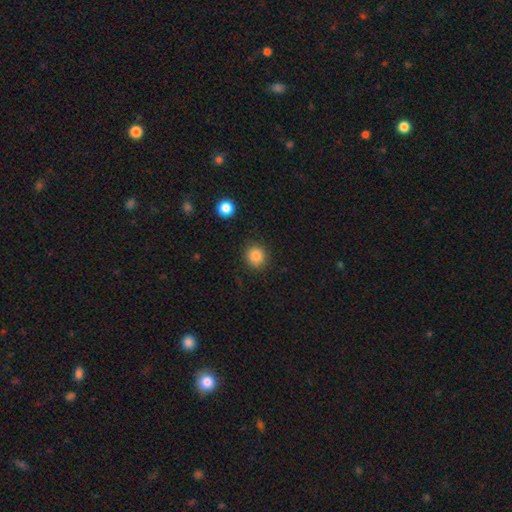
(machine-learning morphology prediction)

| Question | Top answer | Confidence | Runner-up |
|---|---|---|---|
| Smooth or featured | smooth | 86% | star or artifact (10%) |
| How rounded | round | 90% | in between (9%) |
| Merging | none | 89% | minor disturbance (7%) |